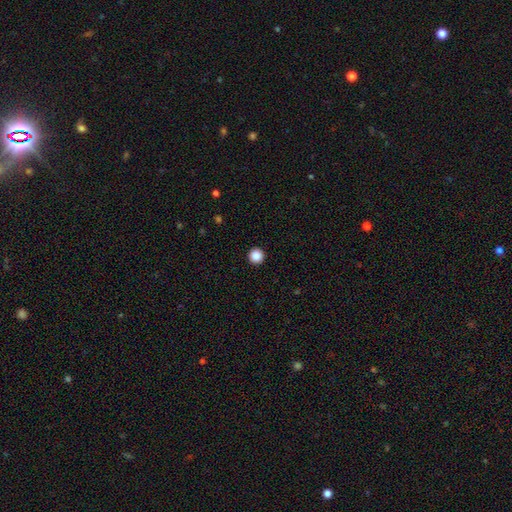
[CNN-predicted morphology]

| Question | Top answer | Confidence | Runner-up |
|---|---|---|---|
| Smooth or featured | smooth | 87% | star or artifact (10%) |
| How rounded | round | 97% | in between (2%) |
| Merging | none | 94% | minor disturbance (3%) |